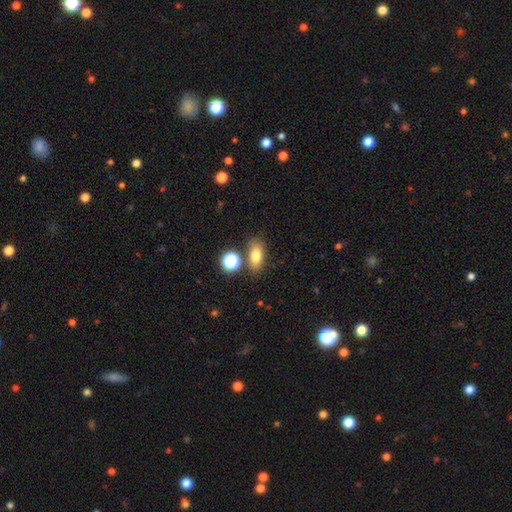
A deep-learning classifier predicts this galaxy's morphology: Overall: smooth (76%). How rounded: in between (77%). Merging: none (74%).